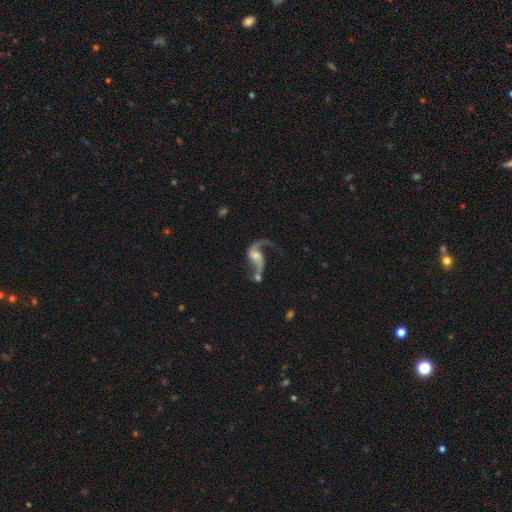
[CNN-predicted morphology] Smooth or featured? Predicted: featured or disk (p=0.85). Edge-on disk? Predicted: no (p=0.96). Bar? Predicted: no (p=0.49). Spiral arms? Predicted: yes (p=0.94). Spiral winding? Predicted: loose (p=0.87). Spiral arm count? Predicted: 2 (p=0.85). Bulge size? Predicted: moderate (p=0.38). Merging? Predicted: none (p=0.43).